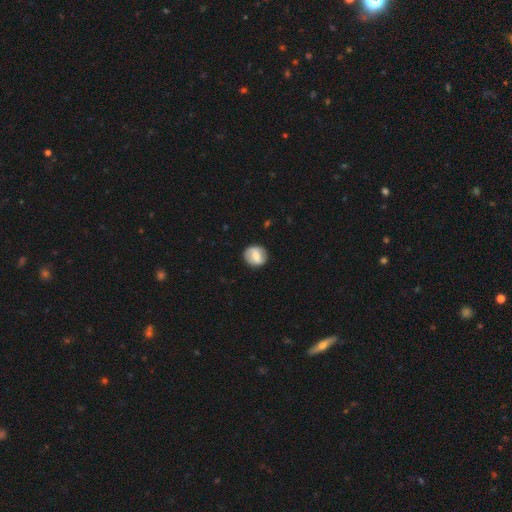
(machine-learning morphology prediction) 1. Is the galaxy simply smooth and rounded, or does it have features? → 58% smooth, 35% featured or disk, 7% star or artifact.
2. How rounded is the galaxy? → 78% round, 21% in between, 1% cigar-shaped.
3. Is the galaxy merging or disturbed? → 84% none, 11% minor disturbance, 3% major disturbance, 1% merger.